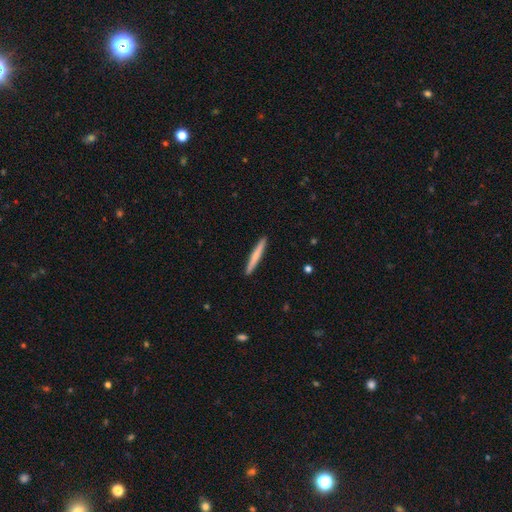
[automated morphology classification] Smooth or featured: smooth — 67% (featured or disk — 27%)
How rounded: cigar-shaped — 96% (in between — 2%)
Merging: none — 93% (minor disturbance — 5%)